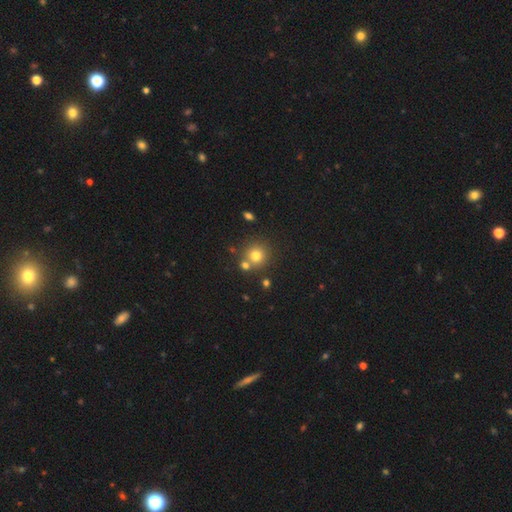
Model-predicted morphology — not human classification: This is likely a smooth galaxy (76%). How rounded: clearly round (90%). Merging: likely none (70%).